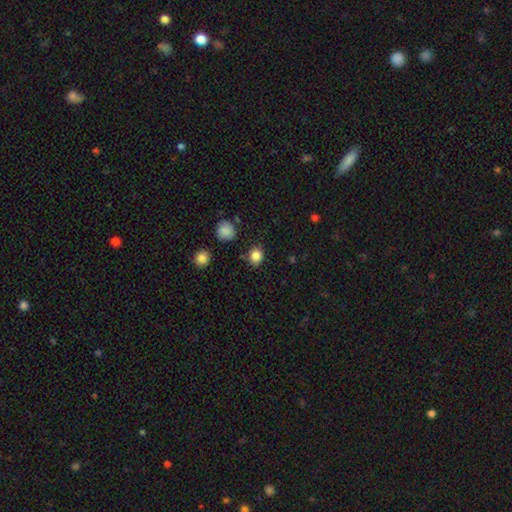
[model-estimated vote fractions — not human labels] smooth 84%, star or artifact 12%, featured or disk 4%. Down the decision tree: how rounded — round (76%); merging — none (85%).